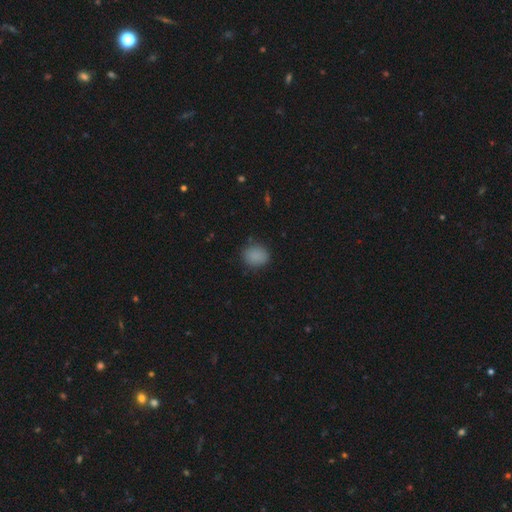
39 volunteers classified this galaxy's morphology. type=smooth (95%); roundness=round (57%); merging=none (89%).